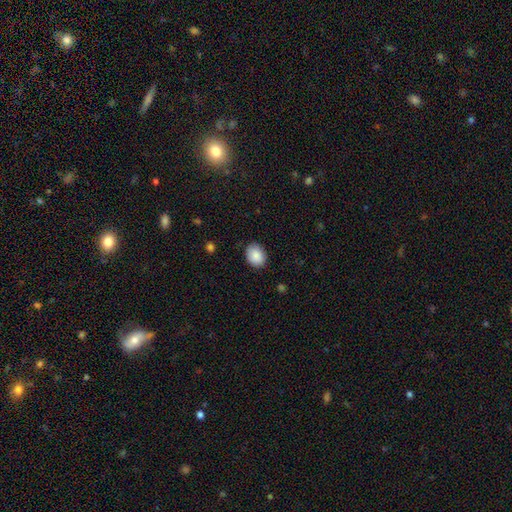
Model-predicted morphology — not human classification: Q: Smooth or featured?
A: smooth (88%); runner-up: star or artifact (7%)
Q: How rounded?
A: in between (60%); runner-up: round (39%)
Q: Merging?
A: none (85%); runner-up: minor disturbance (12%)